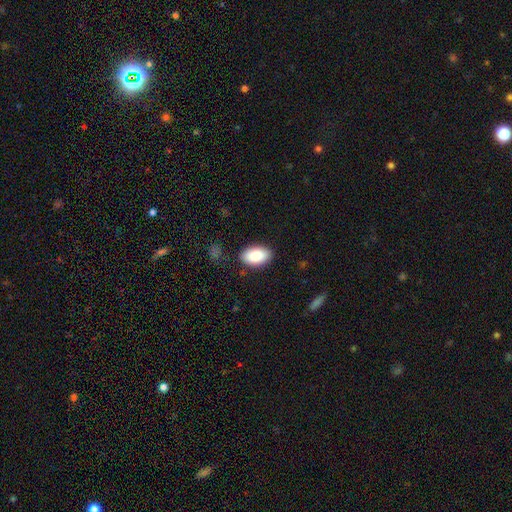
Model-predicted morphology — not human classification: This is clearly a smooth galaxy (87%). How rounded: clearly in between (94%). Merging: clearly none (86%).